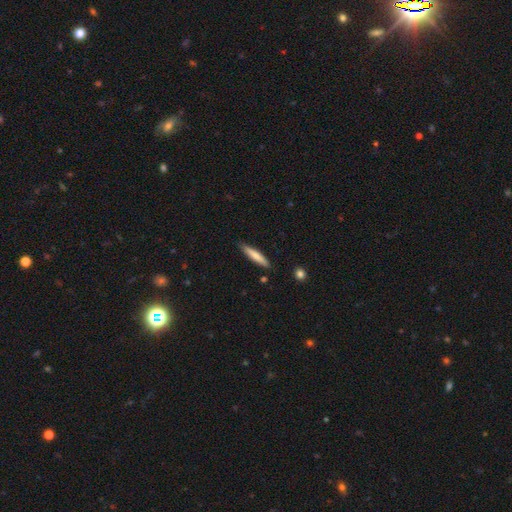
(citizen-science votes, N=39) Smooth or featured? 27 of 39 (69%) said smooth. How rounded? 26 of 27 (96%) said cigar-shaped. Merging? 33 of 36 (92%) said none.